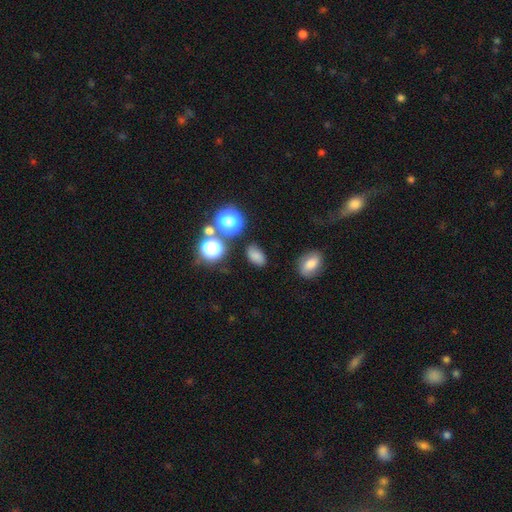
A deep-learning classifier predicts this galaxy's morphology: This appears to be a smooth galaxy with no disk features (75%) that is in between round and cigar-shaped (82%). Merging: none (79%).